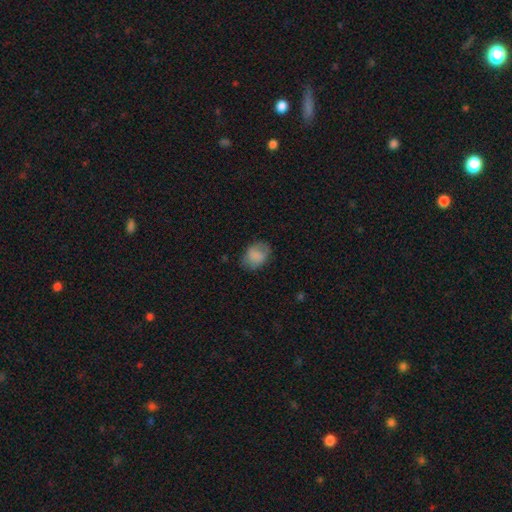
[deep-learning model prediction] Smooth or featured?
  - smooth: 74% *
  - featured or disk: 18%
  - star or artifact: 9%
How rounded?
  - in between: 62% *
  - round: 37%
  - cigar-shaped: 1%
Merging?
  - none: 67% *
  - minor disturbance: 24%
  - major disturbance: 8%
  - merger: 1%